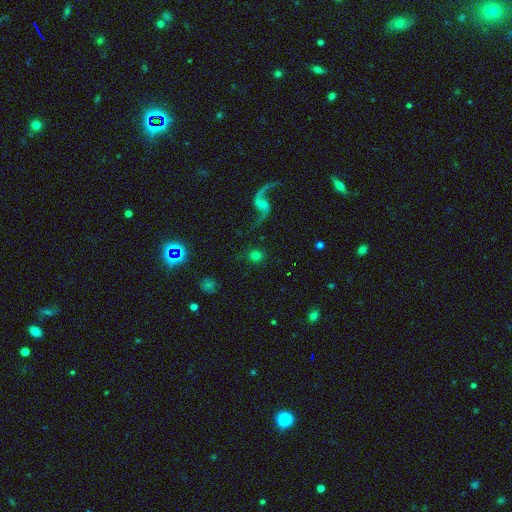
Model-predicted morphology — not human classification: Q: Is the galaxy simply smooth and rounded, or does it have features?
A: smooth — 54%.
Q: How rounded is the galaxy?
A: round — 88%.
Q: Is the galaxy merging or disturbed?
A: none — 80%.